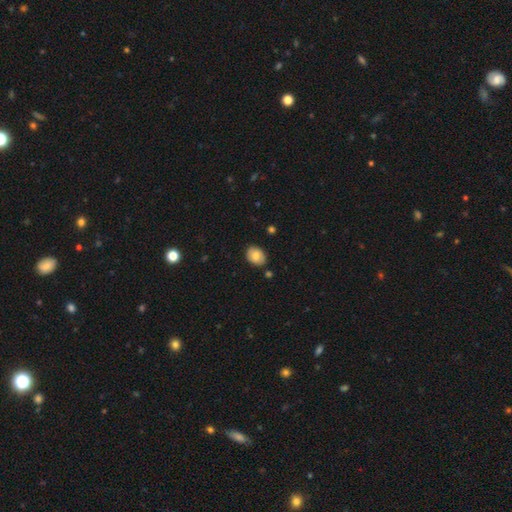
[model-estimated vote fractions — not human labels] Smooth or featured: smooth — 81% (featured or disk — 11%)
How rounded: in between — 66% (round — 33%)
Merging: none — 84% (minor disturbance — 11%)